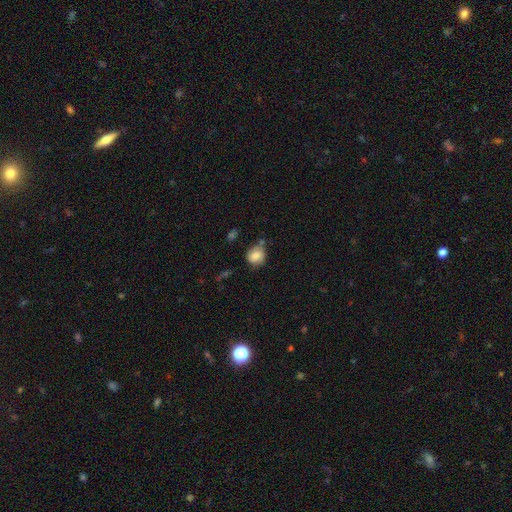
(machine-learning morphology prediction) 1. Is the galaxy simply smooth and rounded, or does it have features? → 80% smooth, 11% featured or disk, 9% star or artifact.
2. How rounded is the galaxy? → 82% round, 17% in between, 1% cigar-shaped.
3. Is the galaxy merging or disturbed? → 69% none, 19% minor disturbance, 8% merger, 4% major disturbance.